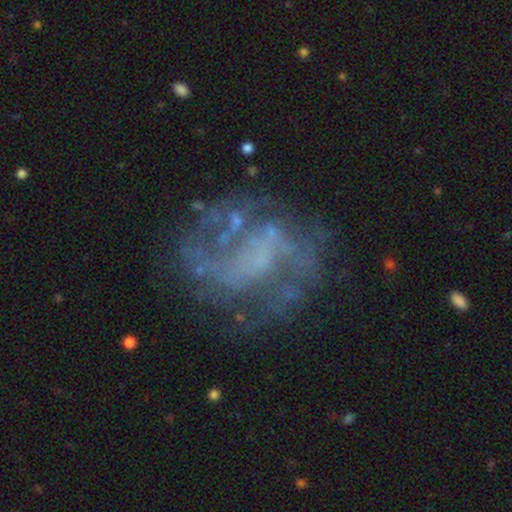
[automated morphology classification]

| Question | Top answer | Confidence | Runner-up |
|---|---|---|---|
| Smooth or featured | featured or disk | 79% | star or artifact (11%) |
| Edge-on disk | no | 98% | yes (2%) |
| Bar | no | 53% | weak (36%) |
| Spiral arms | yes | 80% | no (20%) |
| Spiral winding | medium | 43% | loose (33%) |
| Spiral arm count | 2 | 53% | can't tell (25%) |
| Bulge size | none | 60% | small (26%) |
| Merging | none | 64% | major disturbance (17%) |